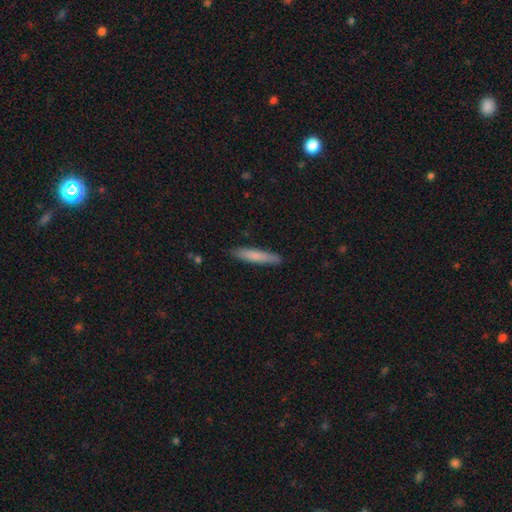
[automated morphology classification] smooth_or_featured: smooth (p=0.77) [alt: featured or disk p=0.17]
how_rounded: cigar-shaped (p=0.92) [alt: in between p=0.06]
merging: none (p=0.88) [alt: minor disturbance p=0.10]